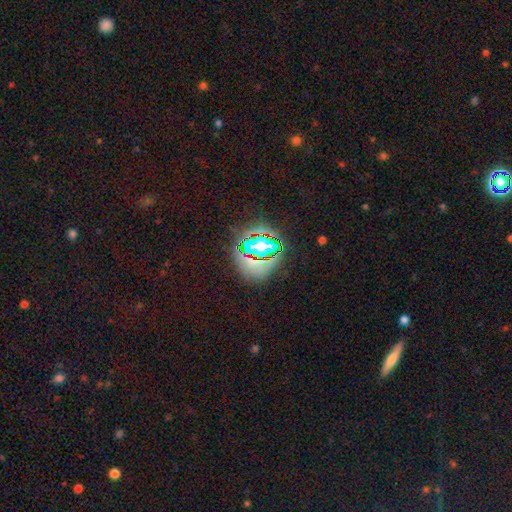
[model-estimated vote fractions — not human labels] smooth-or-featured: star or artifact: 60% | smooth: 27% | featured or disk: 13%